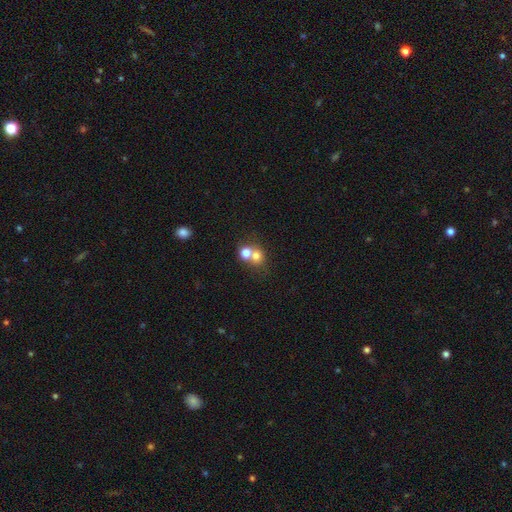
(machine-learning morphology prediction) smooth-or-featured: smooth: 72% | featured or disk: 14% | star or artifact: 14%
  how-rounded: round: 77% | in between: 22% | cigar-shaped: 1%
  merging: merger: 56% | none: 36% | minor disturbance: 5% | major disturbance: 3%